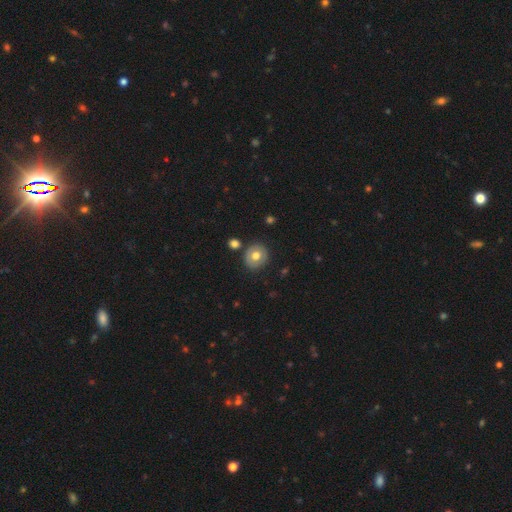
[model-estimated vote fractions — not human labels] Smooth or featured? smooth (66%)
How rounded? round (82%)
Merging? none (84%)